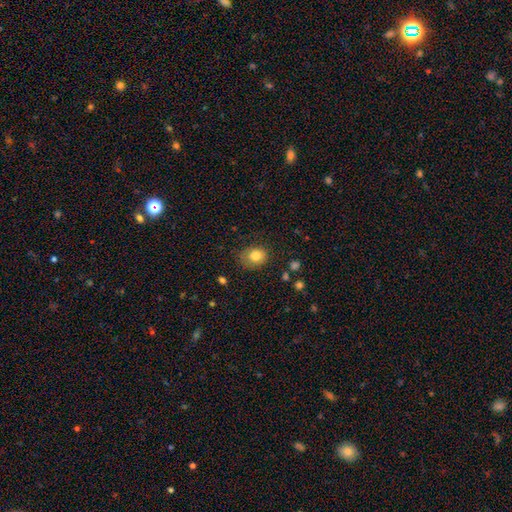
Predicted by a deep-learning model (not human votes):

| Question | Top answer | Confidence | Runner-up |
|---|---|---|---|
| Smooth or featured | smooth | 81% | star or artifact (10%) |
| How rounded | round | 53% | in between (46%) |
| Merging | none | 67% | minor disturbance (24%) |